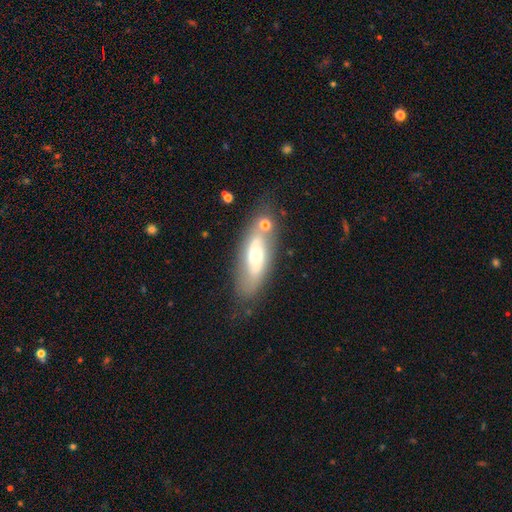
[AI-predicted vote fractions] A featured or disk galaxy (57%).

Vote fractions:
- Smooth or featured? featured or disk: 57% / smooth: 36% / star or artifact: 7%
- Edge-on disk? no: 79% / yes: 21%
- Merging? none: 66% / minor disturbance: 16% / merger: 11% / major disturbance: 7%